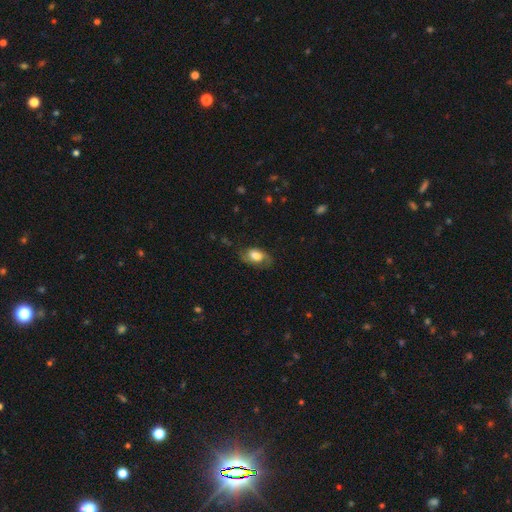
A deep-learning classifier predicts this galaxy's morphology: This appears to be a smooth galaxy with no disk features (58%) that is in between round and cigar-shaped (88%). Merging: none (63%).